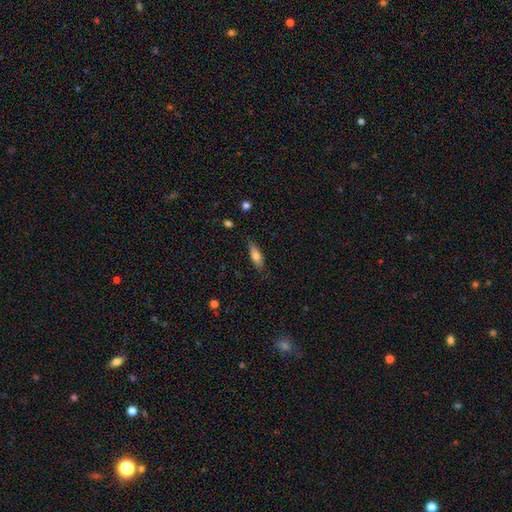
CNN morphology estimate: Smooth or featured: smooth — 72% (featured or disk — 21%)
How rounded: in between — 57% (cigar-shaped — 40%)
Merging: none — 78% (minor disturbance — 17%)